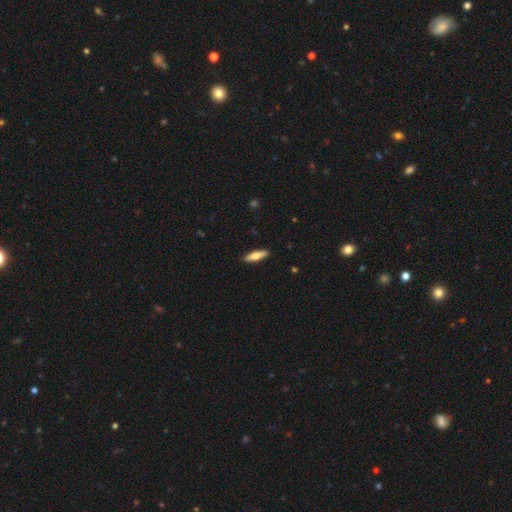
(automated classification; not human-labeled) Q: Smooth or featured?
A: smooth (63%); runner-up: featured or disk (32%)
Q: How rounded?
A: cigar-shaped (66%); runner-up: in between (32%)
Q: Merging?
A: none (91%); runner-up: minor disturbance (7%)